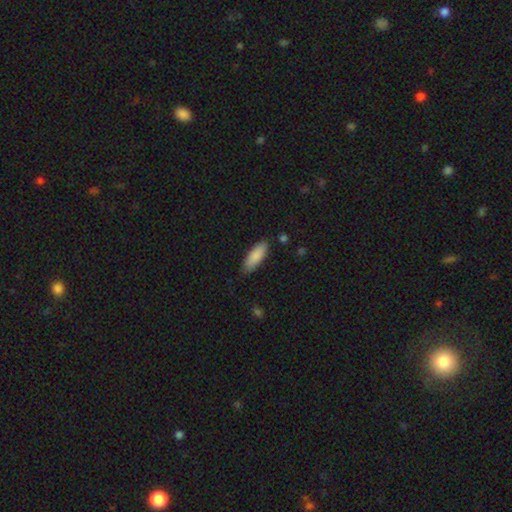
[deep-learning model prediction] Smooth or featured? Predicted: smooth (p=0.87). How rounded? Predicted: in between (p=0.67). Merging? Predicted: none (p=0.82).